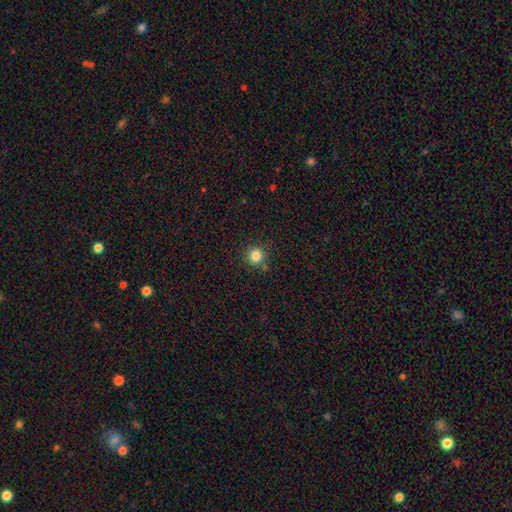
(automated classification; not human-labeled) smooth 83%, star or artifact 12%, featured or disk 5%. Down the decision tree: how rounded — round (94%); merging — none (85%).